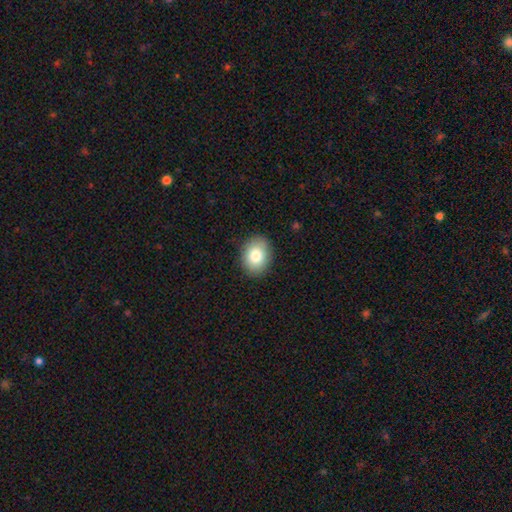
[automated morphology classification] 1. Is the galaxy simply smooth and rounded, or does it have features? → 82% smooth, 10% featured or disk, 8% star or artifact.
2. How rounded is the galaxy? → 61% in between, 38% round, 1% cigar-shaped.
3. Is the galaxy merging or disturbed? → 89% none, 8% minor disturbance, 2% major disturbance, 1% merger.